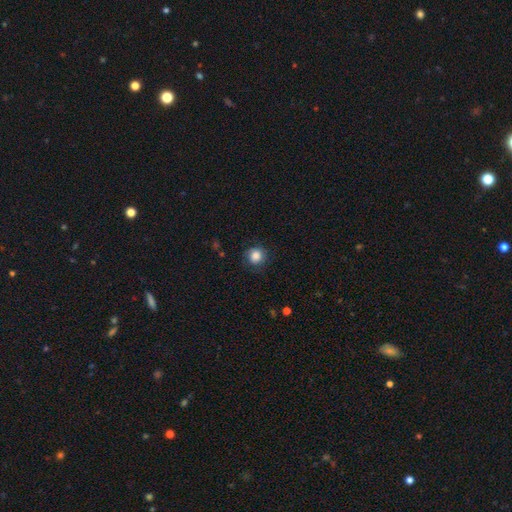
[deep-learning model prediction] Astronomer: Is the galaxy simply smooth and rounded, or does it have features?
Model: smooth — 83%.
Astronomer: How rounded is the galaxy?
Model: round — 89%.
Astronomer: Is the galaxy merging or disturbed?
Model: none — 80%.